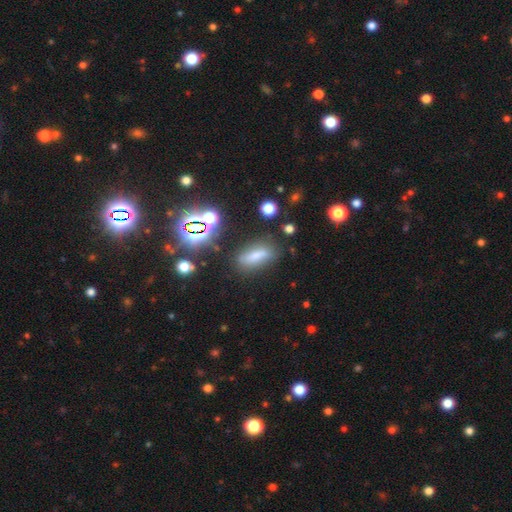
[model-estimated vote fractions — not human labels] smooth-or-featured: smooth: 64% | featured or disk: 20% | star or artifact: 16%
  how-rounded: in between: 61% | cigar-shaped: 34% | round: 5%
  merging: none: 71% | minor disturbance: 17% | major disturbance: 7% | merger: 5%